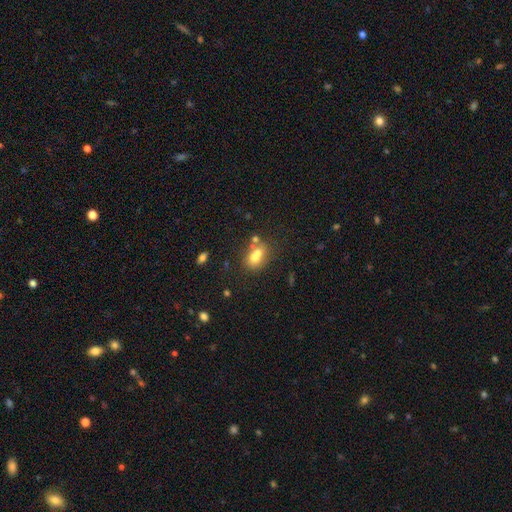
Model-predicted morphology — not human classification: This is likely a smooth galaxy (68%). How rounded: likely in between (60%). Merging: marginally merger (44%).